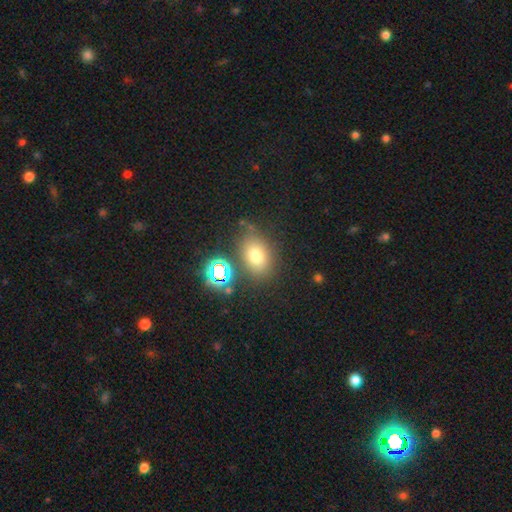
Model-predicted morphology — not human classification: Smooth or featured: smooth — 69% (star or artifact — 20%)
How rounded: in between — 65% (round — 33%)
Merging: none — 75% (minor disturbance — 13%)